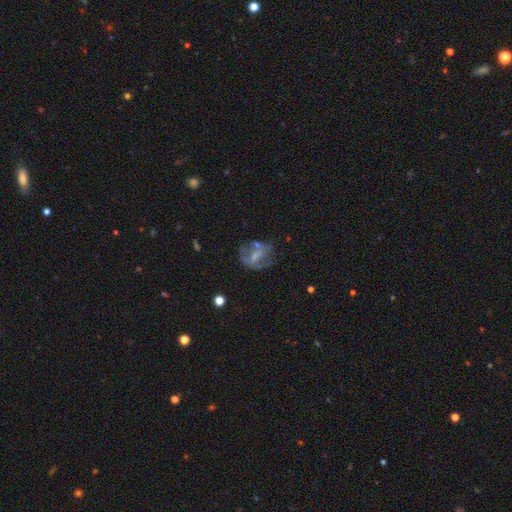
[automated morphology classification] A featured or disk galaxy (56%) with no bar (51%), no spiral arms (63%) and a small central bulge (36%). Merging: none (41%).